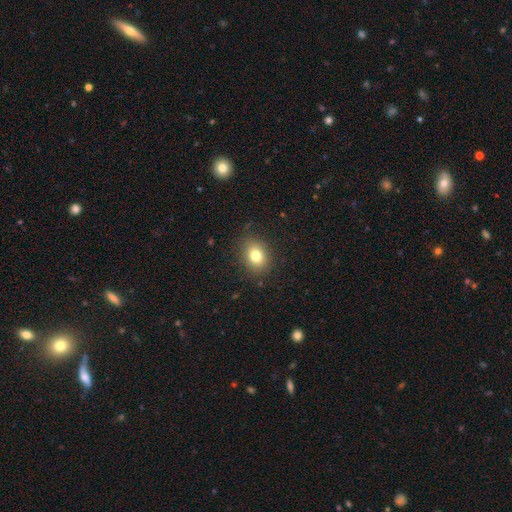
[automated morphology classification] Smooth or featured?
  - smooth: 78% *
  - star or artifact: 12%
  - featured or disk: 10%
How rounded?
  - in between: 50% *
  - round: 49%
  - cigar-shaped: 1%
Merging?
  - none: 86% *
  - minor disturbance: 10%
  - major disturbance: 3%
  - merger: 1%